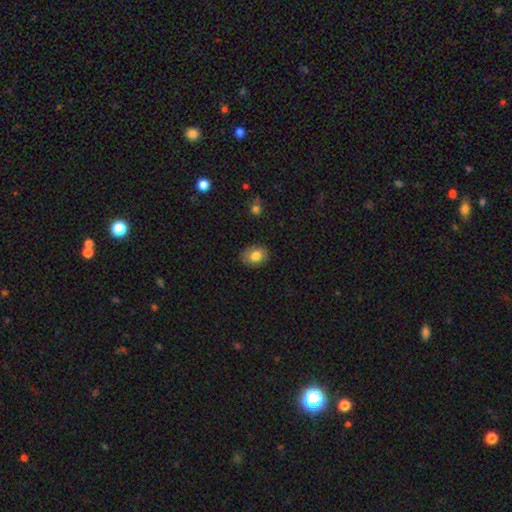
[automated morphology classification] This appears to be a smooth galaxy with no disk features (79%) that is in between round and cigar-shaped (63%). Merging: none (85%).